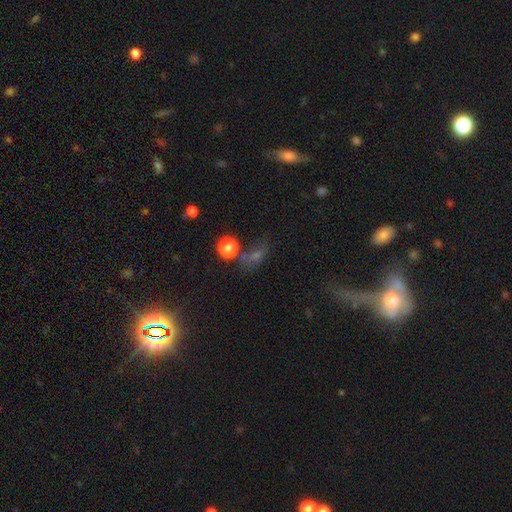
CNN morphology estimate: This appears to be a smooth galaxy with no disk features (43%). Merging: none (57%).